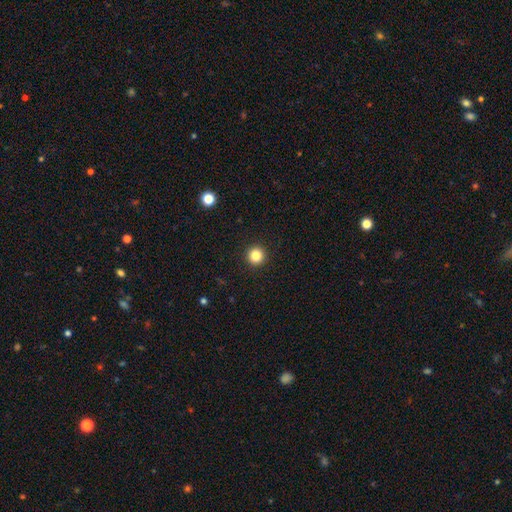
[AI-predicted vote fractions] Smooth or featured? Predicted: smooth (p=0.84). How rounded? Predicted: round (p=0.96). Merging? Predicted: none (p=0.94).